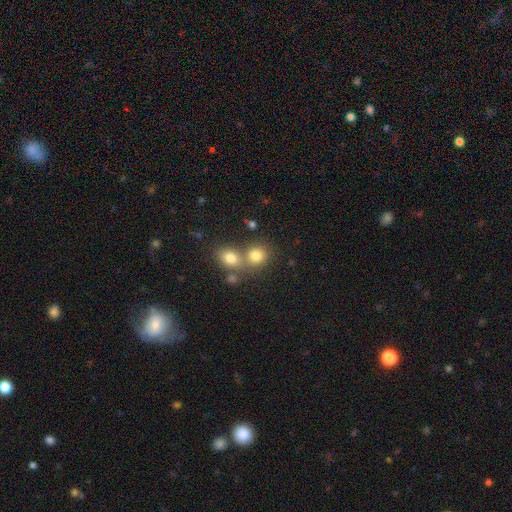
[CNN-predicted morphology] A smooth galaxy with no disk features (79%) that is round (75%).

Vote fractions:
- Smooth or featured? smooth: 79% / star or artifact: 12% / featured or disk: 9%
- How rounded? round: 75% / in between: 24% / cigar-shaped: 1%
- Merging? none: 46% / merger: 43% / minor disturbance: 8% / major disturbance: 3%